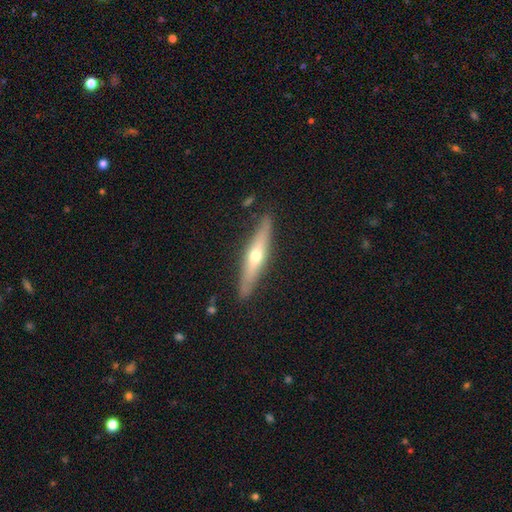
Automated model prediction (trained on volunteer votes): Smooth or featured: featured or disk — 59% (smooth — 35%)
Edge-on disk: yes — 90% (no — 10%)
Edge-on bulge: rounded — 88% (none — 10%)
Merging: none — 87% (minor disturbance — 9%)